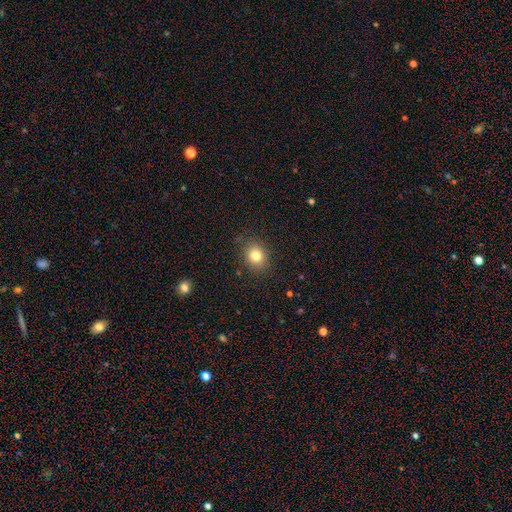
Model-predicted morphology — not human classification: Smooth or featured? smooth (80%)
How rounded? round (64%)
Merging? none (85%)